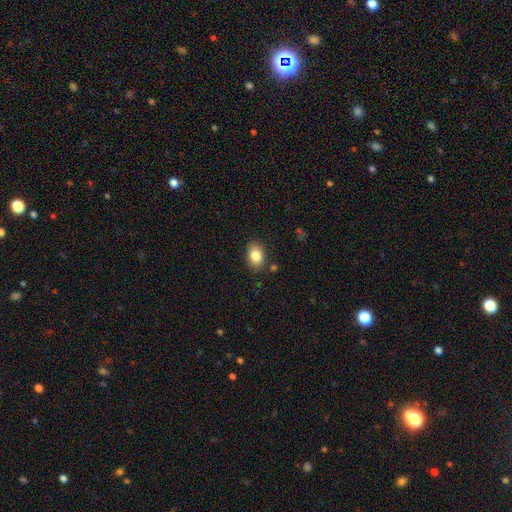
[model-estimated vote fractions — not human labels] smooth_or_featured: smooth (p=0.83) [alt: featured or disk p=0.08]
how_rounded: in between (p=0.80) [alt: round p=0.19]
merging: none (p=0.84) [alt: minor disturbance p=0.11]